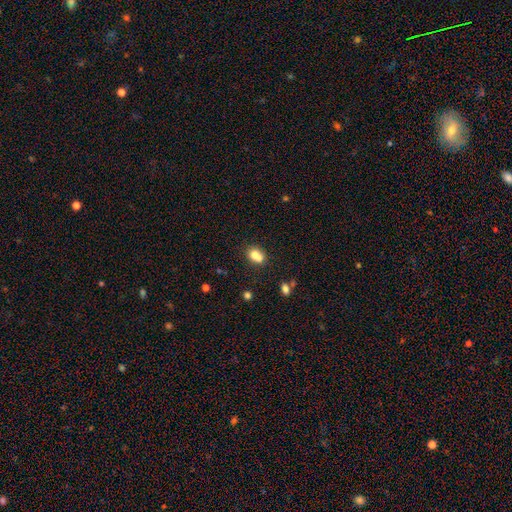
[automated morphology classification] smooth-or-featured: smooth: 76% | featured or disk: 13% | star or artifact: 11%
  how-rounded: in between: 55% | round: 44% | cigar-shaped: 1%
  merging: none: 43% | merger: 39% | minor disturbance: 14% | major disturbance: 5%